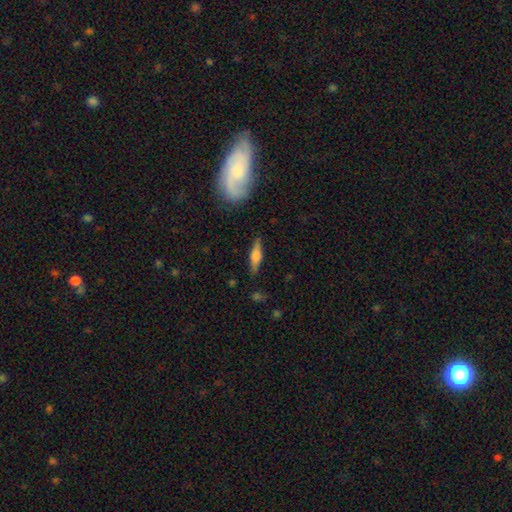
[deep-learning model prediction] This appears to be a smooth galaxy with no disk features (54%) that is cigar-shaped (61%). Merging: none (83%).